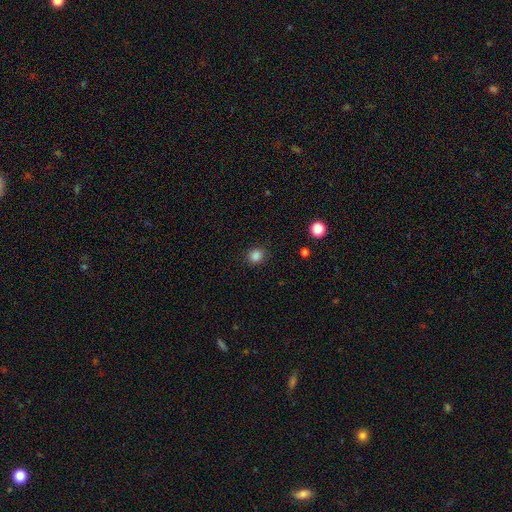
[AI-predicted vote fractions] Smooth or featured: smooth — 85% (star or artifact — 11%)
How rounded: round — 72% (in between — 27%)
Merging: none — 86% (minor disturbance — 10%)